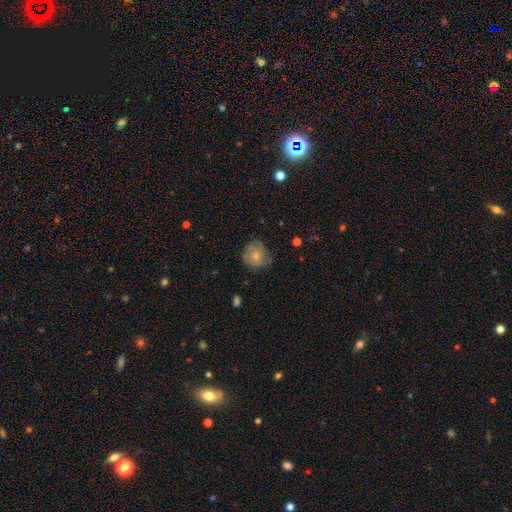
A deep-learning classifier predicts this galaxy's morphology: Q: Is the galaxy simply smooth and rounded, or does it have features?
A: smooth — 64%.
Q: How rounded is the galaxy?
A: round — 81%.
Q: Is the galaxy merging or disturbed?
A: none — 63%.